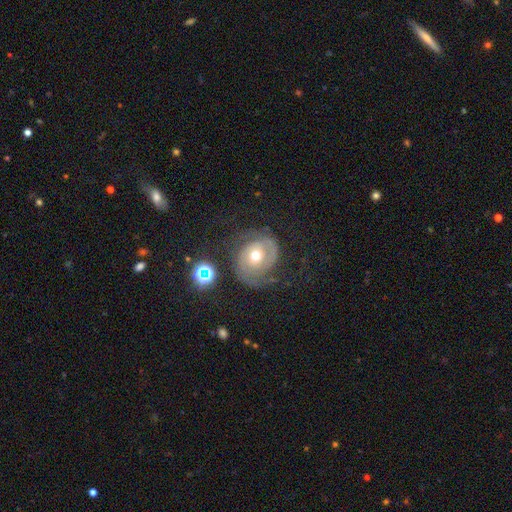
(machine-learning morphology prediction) Smooth or featured?
  - featured or disk: 80% *
  - smooth: 12%
  - star or artifact: 8%
Edge-on disk?
  - no: 97% *
  - yes: 3%
Bar?
  - no: 74% *
  - weak: 20%
  - strong: 5%
Spiral arms?
  - yes: 92% *
  - no: 8%
Spiral winding?
  - tight: 43% *
  - medium: 41%
  - loose: 17%
Spiral arm count?
  - 2: 78% *
  - can't tell: 9%
  - 1: 8%
  - 3: 3%
  - 4: 1%
  - more than 4: 1%
Bulge size?
  - moderate: 74% *
  - small: 19%
  - large: 5%
  - dominant: 1%
  - none: 1%
Merging?
  - none: 62% *
  - minor disturbance: 18%
  - major disturbance: 17%
  - merger: 3%